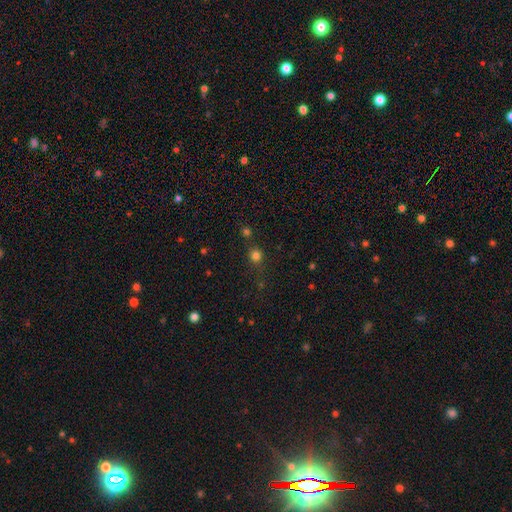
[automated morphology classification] Smooth or featured?
  - smooth: 76% *
  - star or artifact: 19%
  - featured or disk: 5%
How rounded?
  - round: 89% *
  - in between: 10%
  - cigar-shaped: 1%
Merging?
  - none: 76% *
  - minor disturbance: 11%
  - merger: 8%
  - major disturbance: 5%